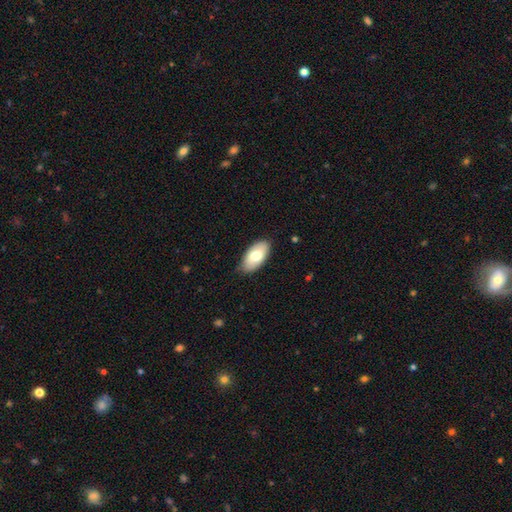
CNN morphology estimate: This is likely a smooth galaxy (73%). How rounded: clearly in between (94%). Merging: clearly none (84%).